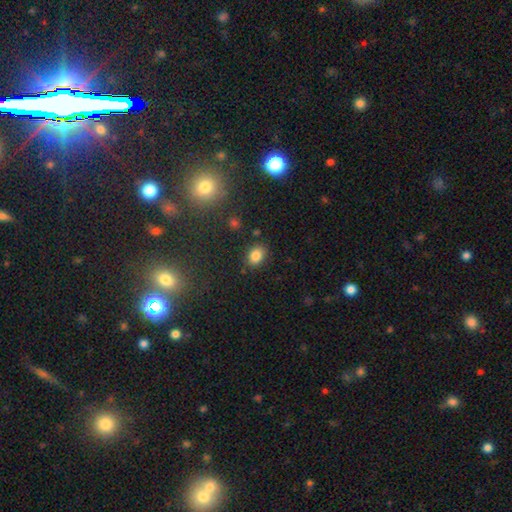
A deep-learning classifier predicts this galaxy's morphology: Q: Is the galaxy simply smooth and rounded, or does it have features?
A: smooth — 83%.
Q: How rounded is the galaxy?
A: in between — 69%.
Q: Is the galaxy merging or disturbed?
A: none — 83%.